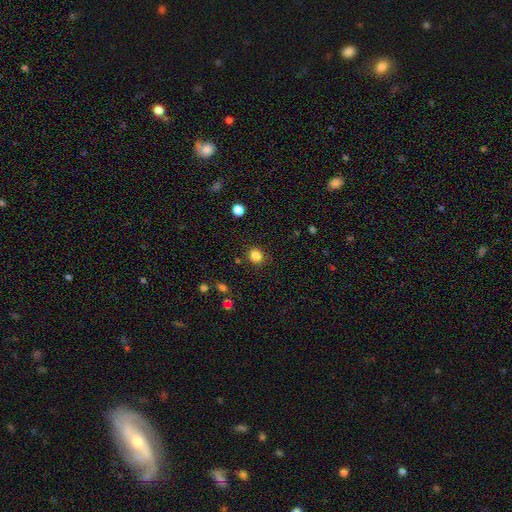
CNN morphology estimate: Q: Smooth or featured?
A: smooth (83%); runner-up: star or artifact (12%)
Q: How rounded?
A: round (78%); runner-up: in between (21%)
Q: Merging?
A: none (86%); runner-up: minor disturbance (9%)